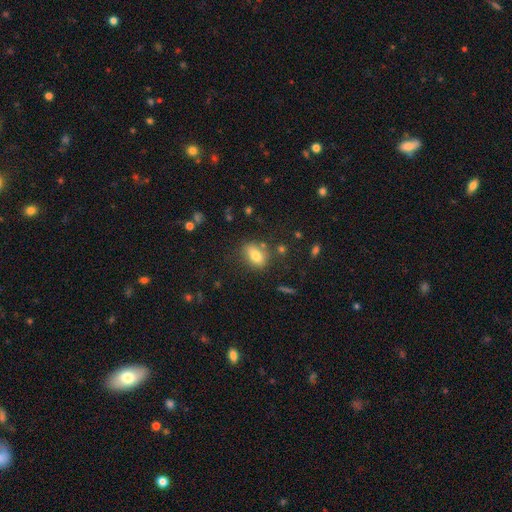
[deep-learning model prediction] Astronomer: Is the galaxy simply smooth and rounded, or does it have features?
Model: smooth — 76%.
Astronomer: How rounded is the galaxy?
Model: in between — 78%.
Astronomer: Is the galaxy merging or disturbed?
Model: none — 74%.